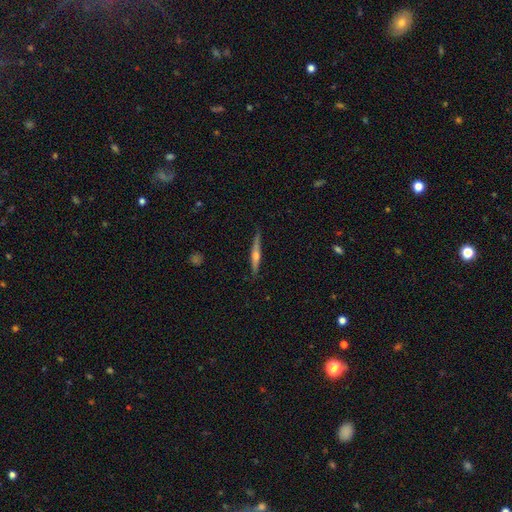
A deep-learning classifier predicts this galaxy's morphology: This is likely a featured or disk galaxy (68%). It is clearly viewed edge-on (98%). Edge-on bulge: clearly rounded (89%). Merging: clearly none (88%).